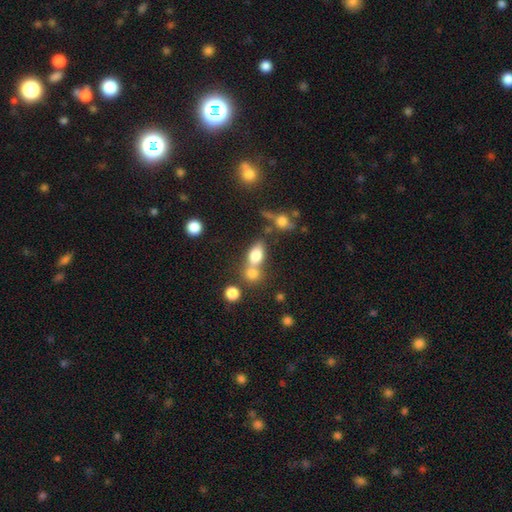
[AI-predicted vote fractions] Smooth or featured? Predicted: smooth (p=0.76). How rounded? Predicted: in between (p=0.72). Merging? Predicted: merger (p=0.48).